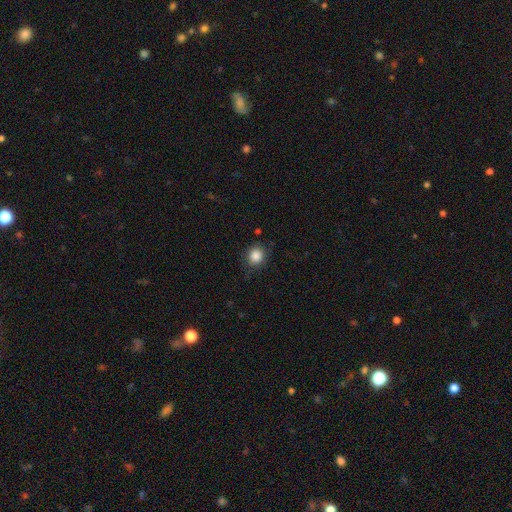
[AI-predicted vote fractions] smooth_or_featured: smooth (p=0.86) [alt: star or artifact p=0.10]
how_rounded: round (p=0.77) [alt: in between p=0.22]
merging: none (p=0.82) [alt: minor disturbance p=0.13]